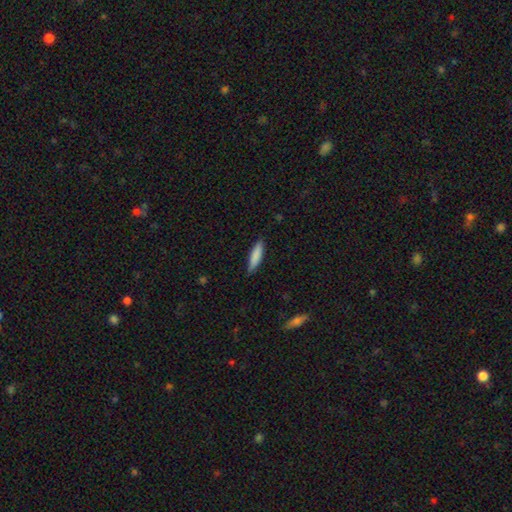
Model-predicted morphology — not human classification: A smooth galaxy with no disk features (85%) that is cigar-shaped (75%). Merging: none (84%).